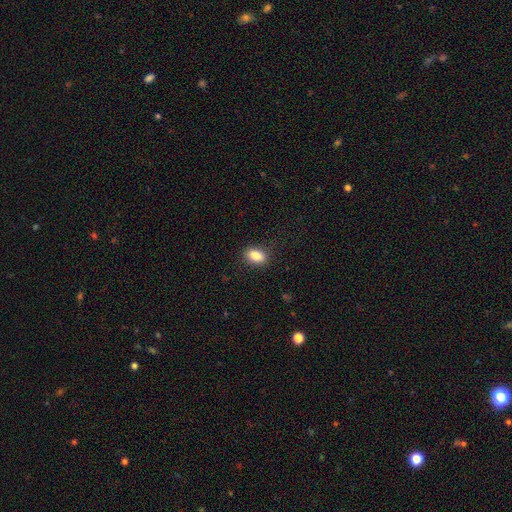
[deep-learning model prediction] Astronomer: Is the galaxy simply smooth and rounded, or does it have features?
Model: smooth — 84%.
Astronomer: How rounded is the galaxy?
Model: in between — 85%.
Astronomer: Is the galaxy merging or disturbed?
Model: none — 87%.